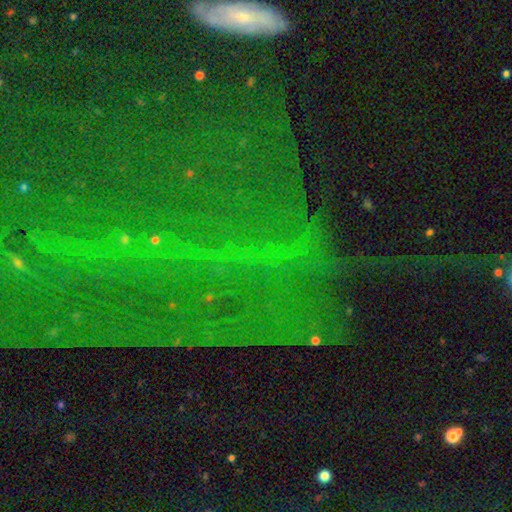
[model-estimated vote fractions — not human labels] Smooth or featured: star or artifact — 75% (featured or disk — 13%)